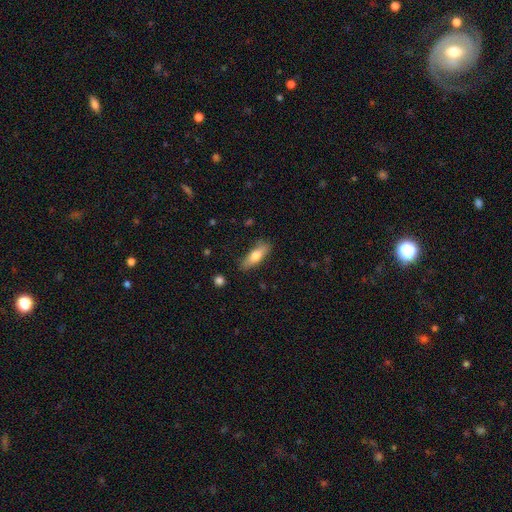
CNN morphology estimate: The model was most divided on "how rounded": in between: 51%, cigar-shaped: 47%, round: 3%. More confident: merging — none (84%); smooth or featured — smooth (68%).